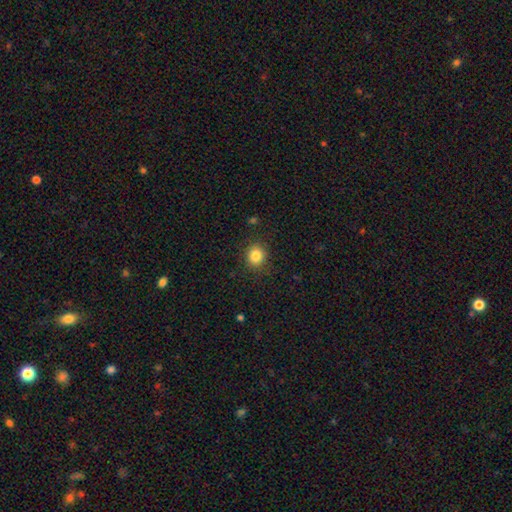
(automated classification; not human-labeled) Smooth or featured? smooth (84%)
How rounded? round (79%)
Merging? none (88%)